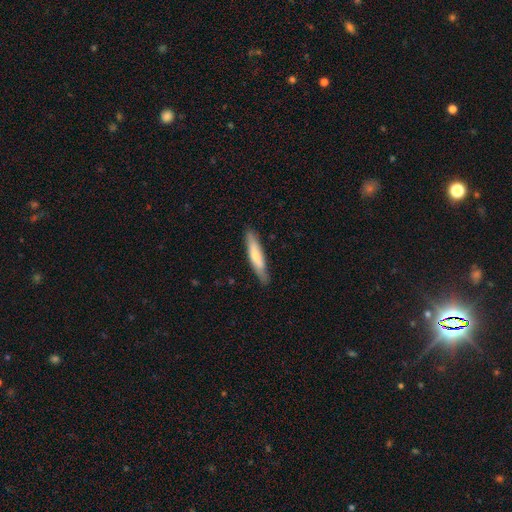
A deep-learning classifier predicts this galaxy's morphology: A smooth galaxy with no disk features (66%) that is cigar-shaped (87%).

Vote fractions:
- Smooth or featured? smooth: 66% / featured or disk: 29% / star or artifact: 5%
- How rounded? cigar-shaped: 87% / in between: 12% / round: 1%
- Merging? none: 86% / minor disturbance: 11% / major disturbance: 2% / merger: 1%